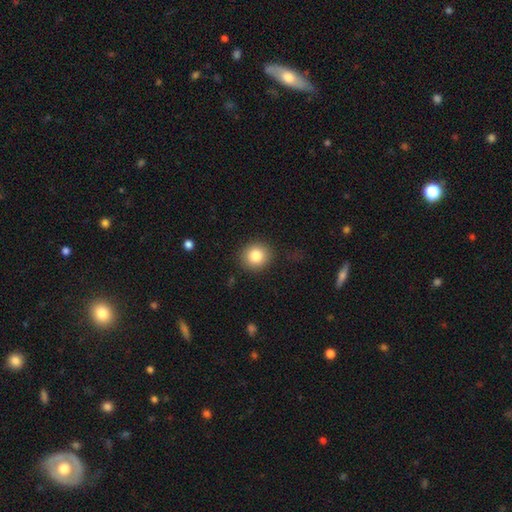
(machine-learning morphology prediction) Overall: smooth (84%). How rounded: round (88%). Merging: none (88%).